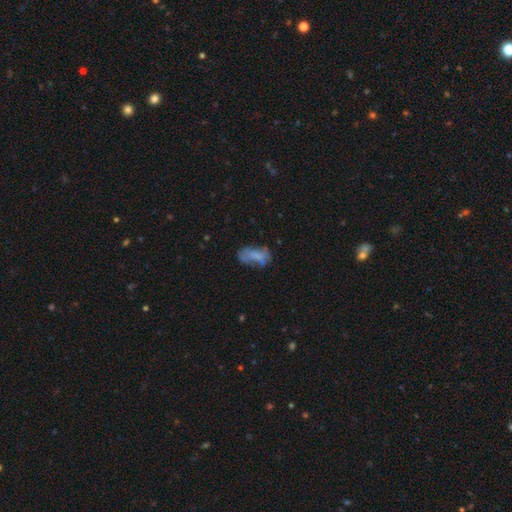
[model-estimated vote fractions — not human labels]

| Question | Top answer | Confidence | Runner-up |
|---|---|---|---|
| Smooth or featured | smooth | 60% | featured or disk (29%) |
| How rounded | in between | 87% | cigar-shaped (9%) |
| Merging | none | 40% | minor disturbance (28%) |